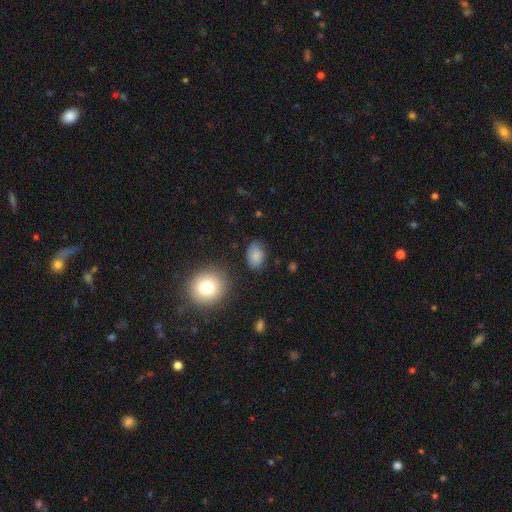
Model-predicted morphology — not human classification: smooth-or-featured: smooth: 82% | star or artifact: 10% | featured or disk: 8%
  how-rounded: in between: 81% | round: 18% | cigar-shaped: 1%
  merging: none: 75% | minor disturbance: 18% | major disturbance: 4% | merger: 2%